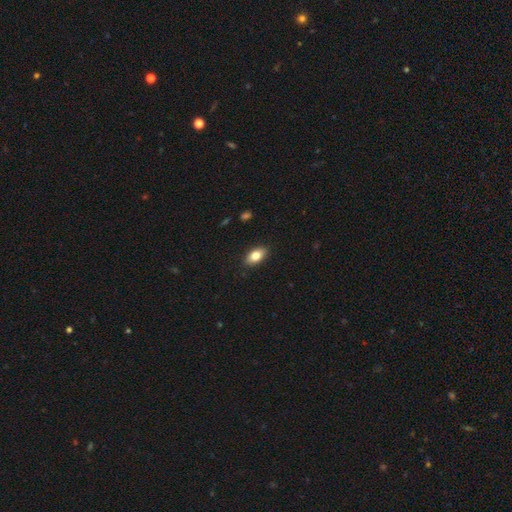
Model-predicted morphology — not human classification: smooth-or-featured: smooth: 82% | featured or disk: 11% | star or artifact: 7%
  how-rounded: in between: 91% | round: 6% | cigar-shaped: 4%
  merging: none: 88% | minor disturbance: 9% | major disturbance: 2% | merger: 1%